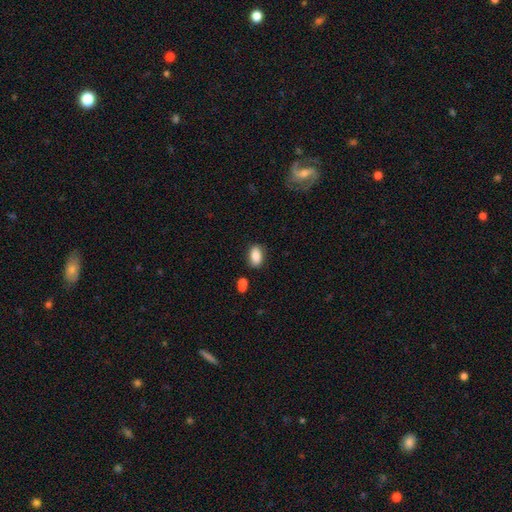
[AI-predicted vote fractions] This appears to be a smooth galaxy with no disk features (86%) that is in between round and cigar-shaped (90%). Merging: none (82%).